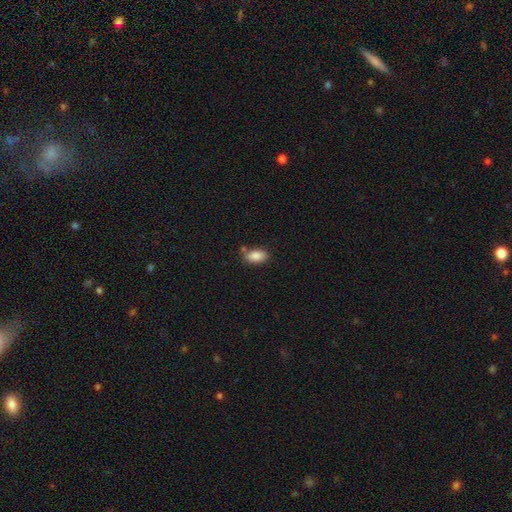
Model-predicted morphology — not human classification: A smooth galaxy with no disk features (87%) that is in between round and cigar-shaped (92%). Merging: none (69%).